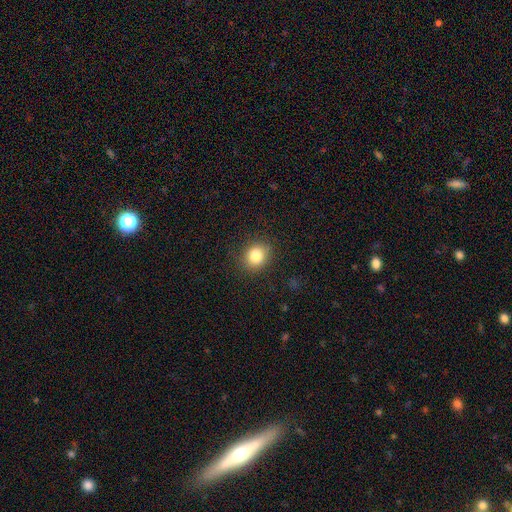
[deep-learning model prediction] This is clearly a smooth galaxy (82%). How rounded: likely round (71%). Merging: clearly none (87%).